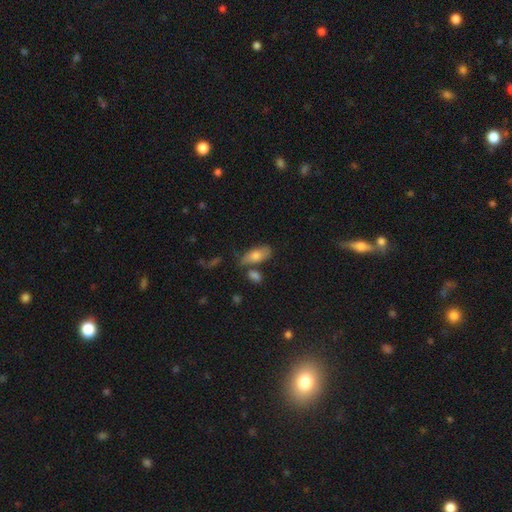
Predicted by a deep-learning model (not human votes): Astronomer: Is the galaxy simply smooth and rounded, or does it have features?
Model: smooth — 72%.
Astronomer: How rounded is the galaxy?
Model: in between — 84%.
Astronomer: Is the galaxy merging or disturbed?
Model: none — 54%.